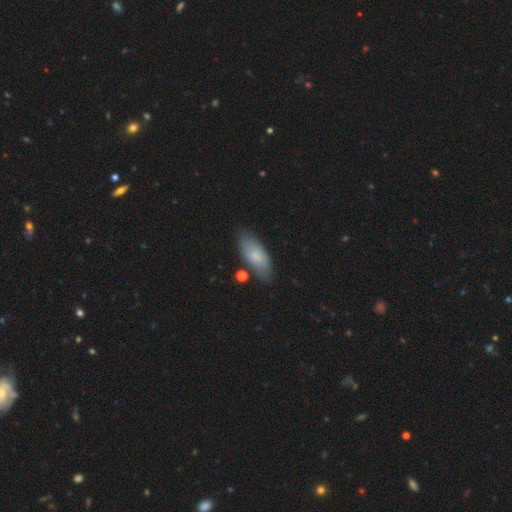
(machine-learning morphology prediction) Overall: smooth (75%). How rounded: in between (81%). Merging: none (76%).